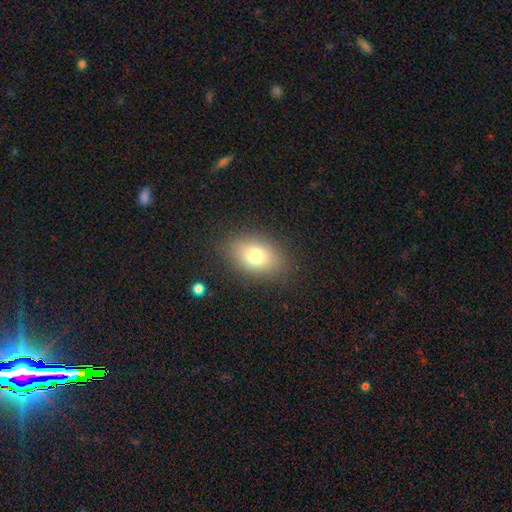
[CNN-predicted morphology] A smooth galaxy with no disk features (75%) that is in between round and cigar-shaped (80%). Merging: none (83%).